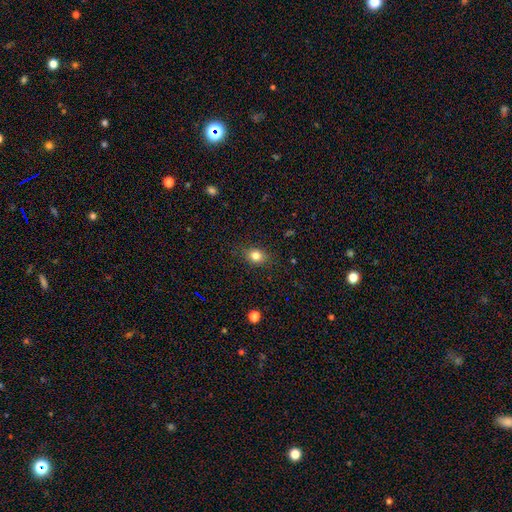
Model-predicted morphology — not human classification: Smooth or featured?
  - smooth: 81% *
  - star or artifact: 12%
  - featured or disk: 8%
How rounded?
  - round: 50% *
  - in between: 48%
  - cigar-shaped: 1%
Merging?
  - none: 85% *
  - minor disturbance: 11%
  - major disturbance: 3%
  - merger: 1%